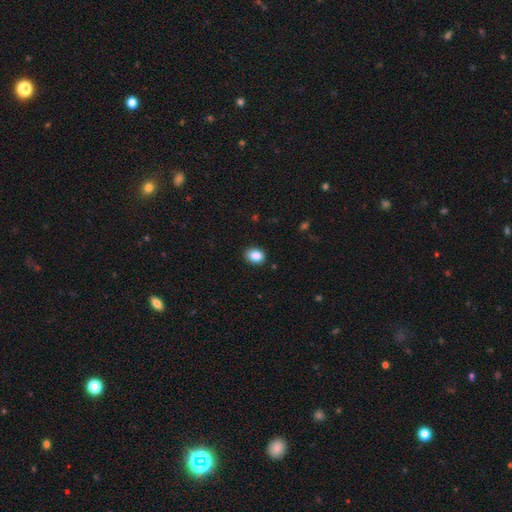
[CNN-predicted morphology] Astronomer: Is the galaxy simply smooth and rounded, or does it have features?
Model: smooth — 88%.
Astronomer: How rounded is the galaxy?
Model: in between — 64%.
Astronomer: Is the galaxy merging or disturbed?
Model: none — 88%.